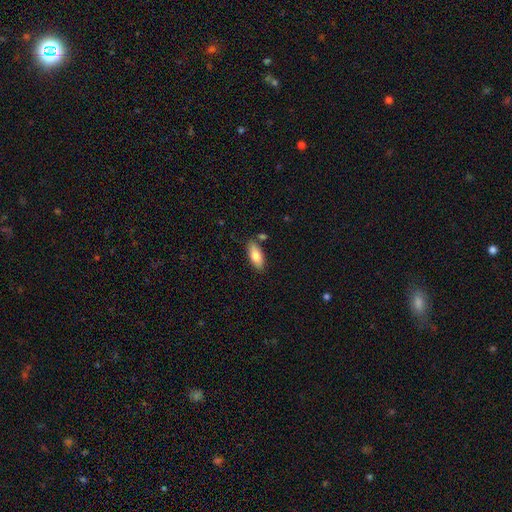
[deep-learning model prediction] The model was most divided on "smooth or featured": smooth: 79%, featured or disk: 14%, star or artifact: 6%. More confident: how rounded — in between (83%); merging — none (80%).